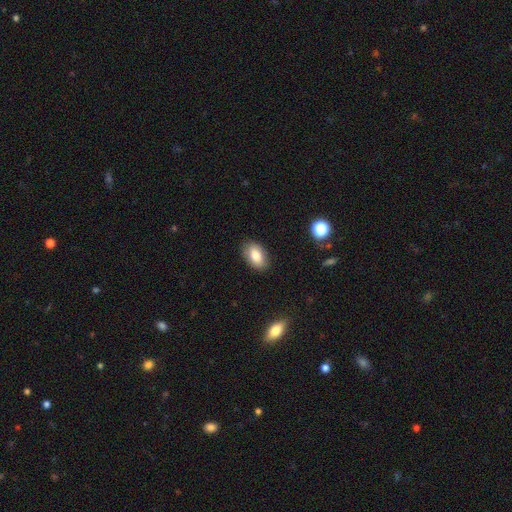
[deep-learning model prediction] This appears to be a smooth galaxy with no disk features (81%) that is in between round and cigar-shaped (90%). Merging: none (87%).